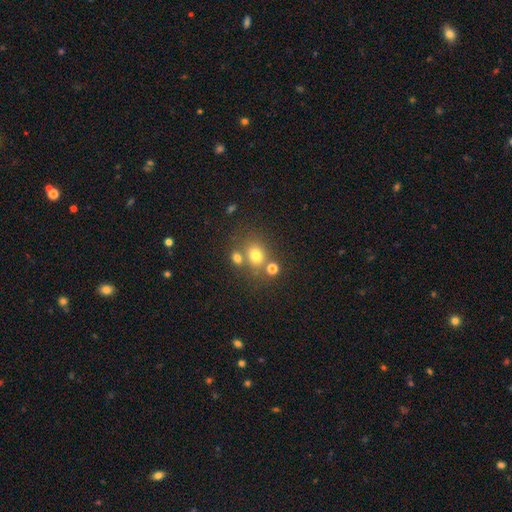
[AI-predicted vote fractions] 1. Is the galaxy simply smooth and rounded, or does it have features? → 72% smooth, 16% star or artifact, 11% featured or disk.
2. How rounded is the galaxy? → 69% round, 30% in between, 1% cigar-shaped.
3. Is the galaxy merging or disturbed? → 59% none, 26% merger, 11% minor disturbance, 5% major disturbance.